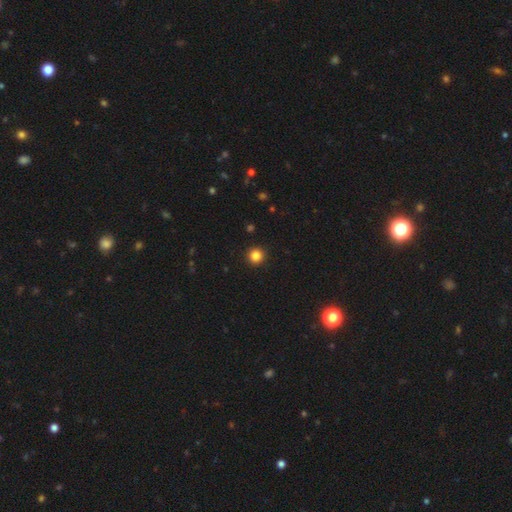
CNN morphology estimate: This appears to be a smooth galaxy with no disk features (84%) that is round (95%). Merging: none (93%).